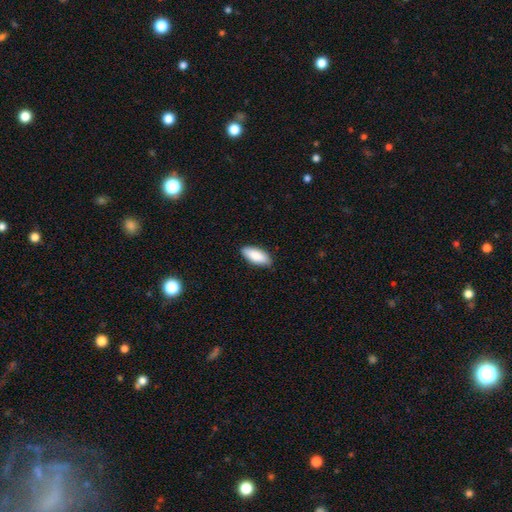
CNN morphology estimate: Smooth or featured? smooth (88%)
How rounded? in between (84%)
Merging? none (86%)